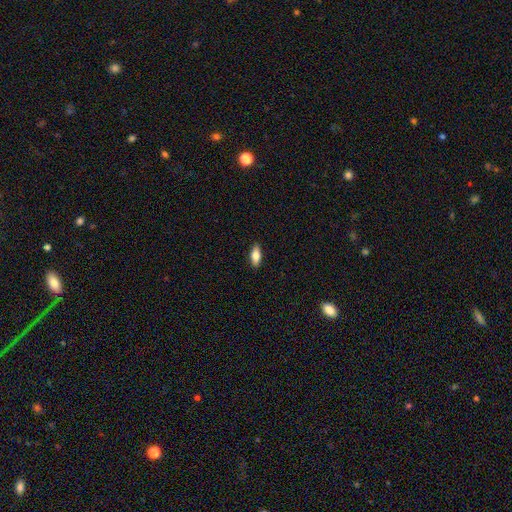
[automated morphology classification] Smooth or featured? smooth (79%)
How rounded? in between (80%)
Merging? none (89%)